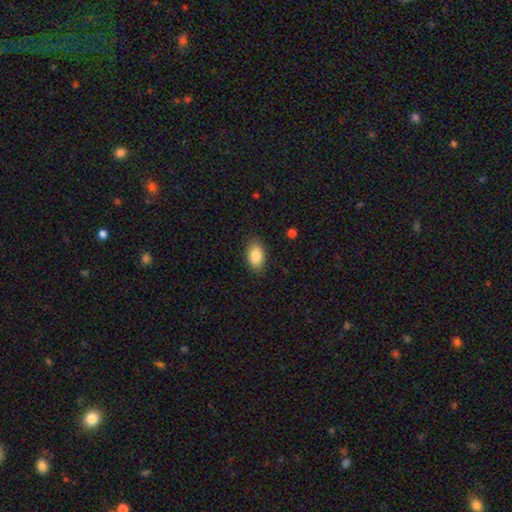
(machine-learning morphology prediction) smooth_or_featured: smooth (p=0.85) [alt: featured or disk p=0.07]
how_rounded: in between (p=0.91) [alt: round p=0.07]
merging: none (p=0.86) [alt: minor disturbance p=0.11]